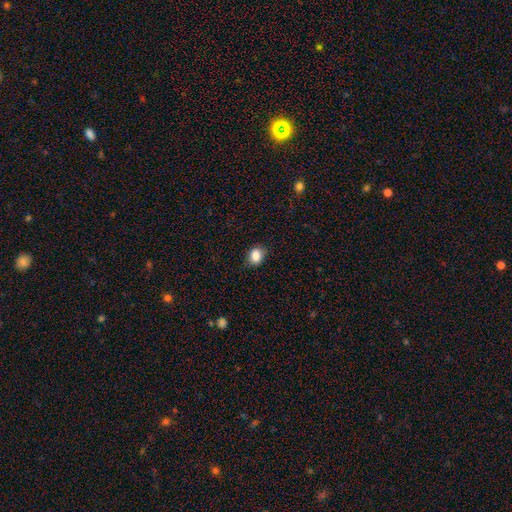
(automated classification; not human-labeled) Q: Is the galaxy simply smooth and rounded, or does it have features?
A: smooth — 86%.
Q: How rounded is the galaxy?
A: in between — 55%.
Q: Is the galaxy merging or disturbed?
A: none — 80%.